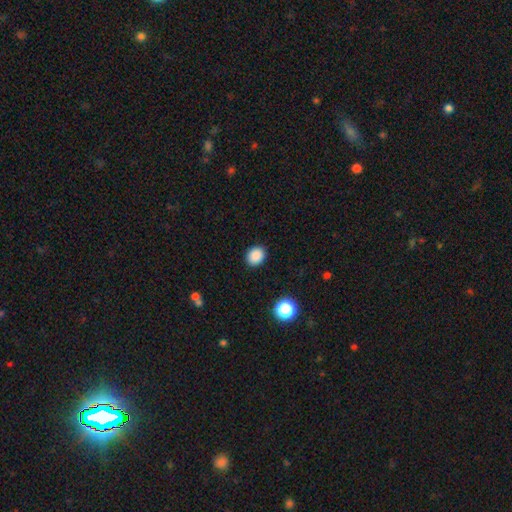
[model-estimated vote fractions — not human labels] smooth_or_featured: smooth (p=0.87) [alt: star or artifact p=0.10]
how_rounded: round (p=0.58) [alt: in between p=0.41]
merging: none (p=0.90) [alt: minor disturbance p=0.07]